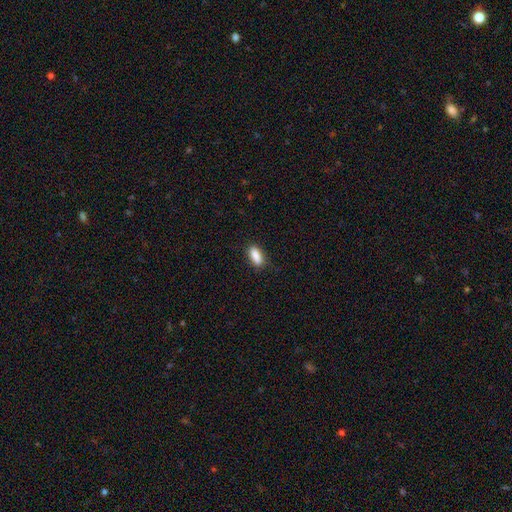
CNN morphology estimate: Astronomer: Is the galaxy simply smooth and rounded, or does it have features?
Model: smooth — 87%.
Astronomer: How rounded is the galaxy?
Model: in between — 77%.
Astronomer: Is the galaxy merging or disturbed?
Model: none — 82%.